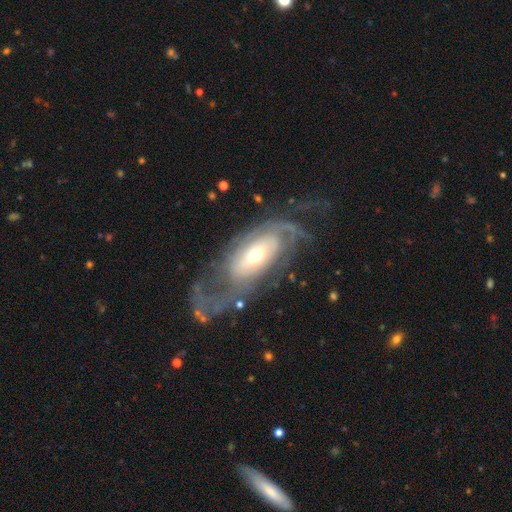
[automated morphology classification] Smooth or featured? featured or disk (80%)
Edge-on disk? no (92%)
Bar? no (59%)
Spiral arms? yes (84%)
Spiral winding? tight (40%)
Spiral arm count? 2 (43%)
Bulge size? moderate (58%)
Merging? none (48%)